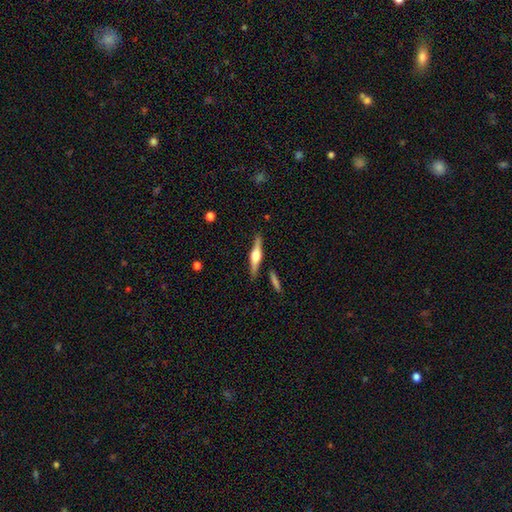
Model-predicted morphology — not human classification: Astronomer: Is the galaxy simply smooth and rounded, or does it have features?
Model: featured or disk — 74%.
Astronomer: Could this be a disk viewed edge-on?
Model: yes — 98%.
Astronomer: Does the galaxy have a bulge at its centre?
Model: rounded — 92%.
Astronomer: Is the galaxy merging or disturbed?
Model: none — 87%.